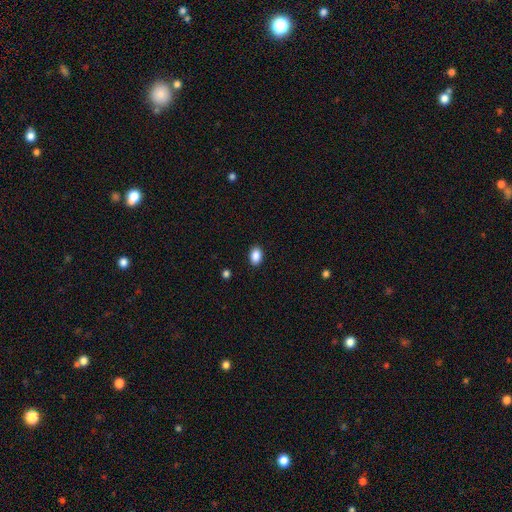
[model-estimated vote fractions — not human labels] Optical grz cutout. It shows a smooth galaxy with no disk features (89%) that is in between round and cigar-shaped (84%). Merging: none (89%).